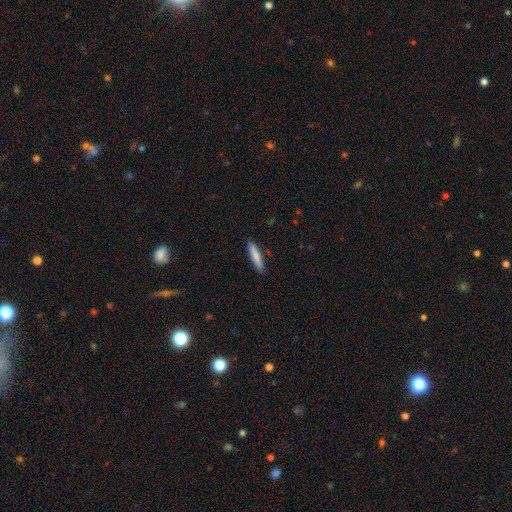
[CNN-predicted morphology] The model was most divided on "smooth or featured": smooth: 80%, featured or disk: 14%, star or artifact: 6%. More confident: merging — none (90%); how rounded — cigar-shaped (89%).